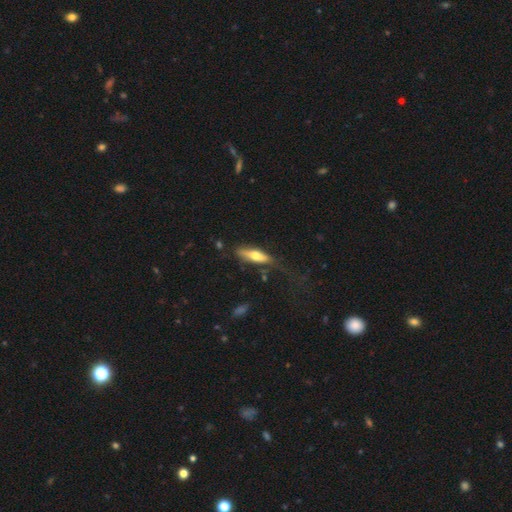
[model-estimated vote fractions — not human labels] A smooth galaxy with no disk features (56%) that is cigar-shaped (56%).

Vote fractions:
- Smooth or featured? smooth: 56% / featured or disk: 38% / star or artifact: 6%
- How rounded? cigar-shaped: 56% / in between: 42% / round: 2%
- Merging? none: 58% / minor disturbance: 26% / major disturbance: 13% / merger: 4%